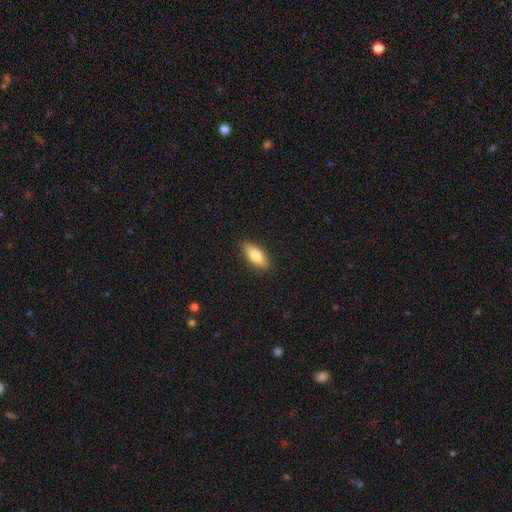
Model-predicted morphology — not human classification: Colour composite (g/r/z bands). It shows a smooth galaxy with no disk features (77%) that is in between round and cigar-shaped (78%). Merging: none (89%).